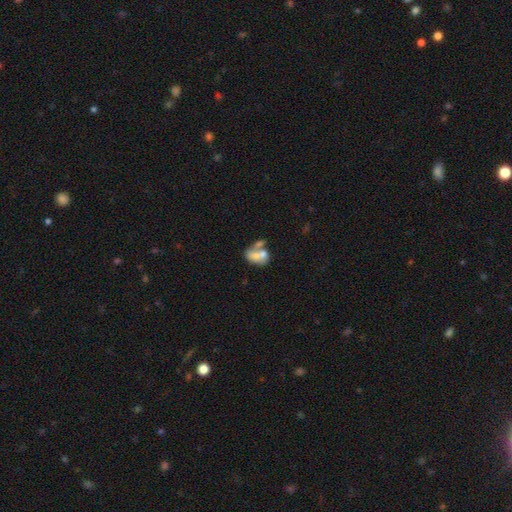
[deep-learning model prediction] This appears to be a smooth galaxy with no disk features (55%) that is in between round and cigar-shaped (77%). Merging: merger (57%).